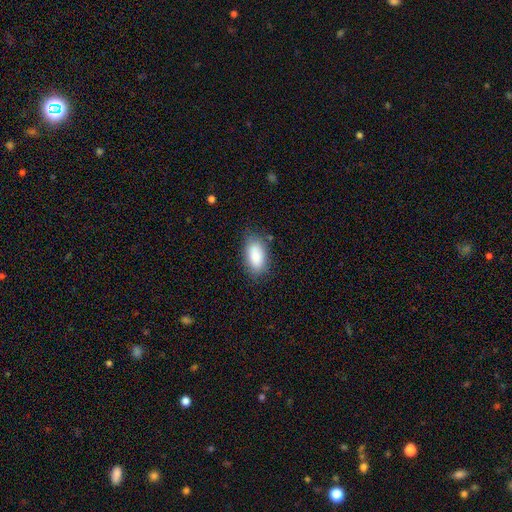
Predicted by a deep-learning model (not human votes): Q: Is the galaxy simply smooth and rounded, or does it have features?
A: smooth — 87%.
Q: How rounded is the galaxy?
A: in between — 93%.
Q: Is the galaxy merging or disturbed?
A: none — 80%.